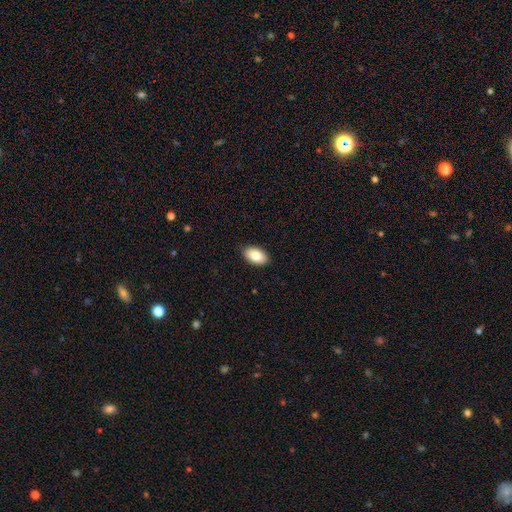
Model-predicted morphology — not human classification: A smooth galaxy with no disk features (81%) that is in between round and cigar-shaped (93%). Merging: none (88%).